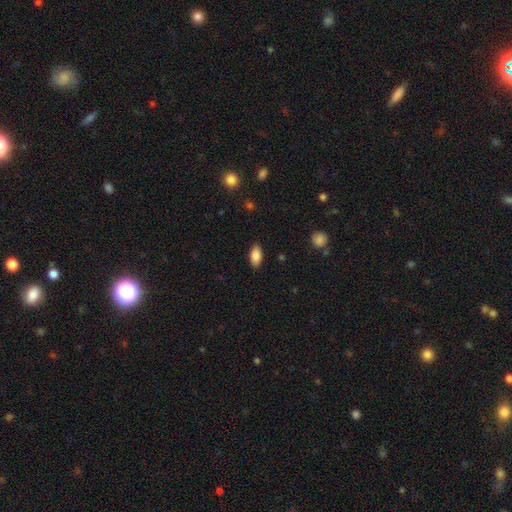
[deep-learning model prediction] This appears to be a smooth galaxy with no disk features (86%) that is in between round and cigar-shaped (91%). Merging: none (88%).